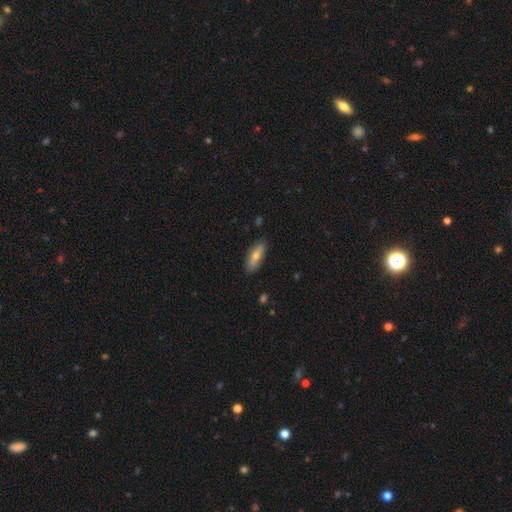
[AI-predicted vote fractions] A smooth galaxy with no disk features (64%) that is in between round and cigar-shaped (69%). Merging: none (84%).